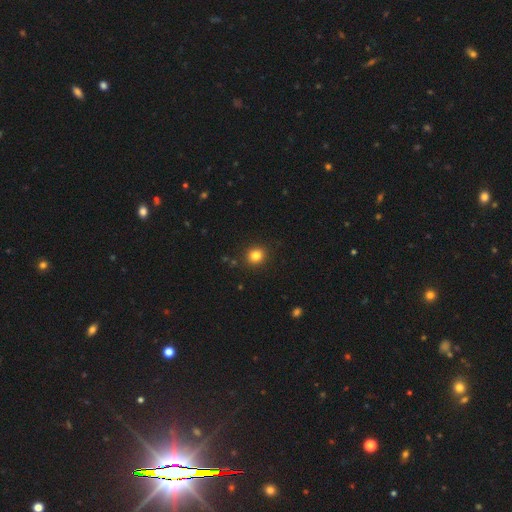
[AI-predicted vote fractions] This appears to be a smooth galaxy with no disk features (83%) that is round (85%). Merging: none (91%).